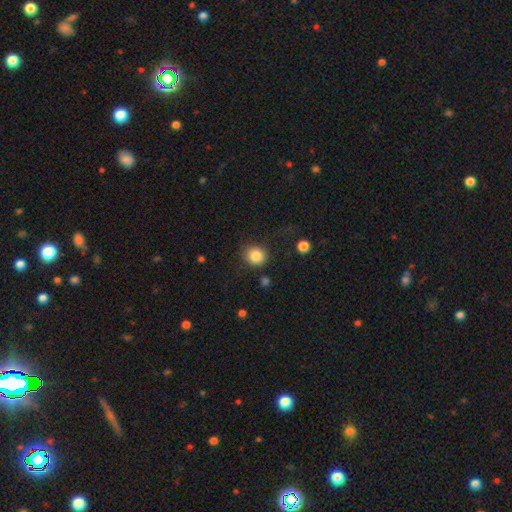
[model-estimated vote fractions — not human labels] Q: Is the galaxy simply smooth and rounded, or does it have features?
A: smooth — 84%.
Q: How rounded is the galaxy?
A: round — 87%.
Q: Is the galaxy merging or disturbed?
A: none — 85%.